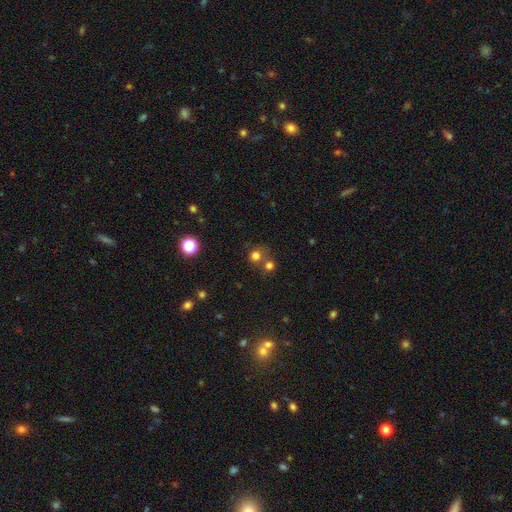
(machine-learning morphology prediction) smooth_or_featured: smooth (p=0.73) [alt: star or artifact p=0.19]
how_rounded: round (p=0.88) [alt: in between p=0.11]
merging: none (p=0.54) [alt: merger p=0.33]